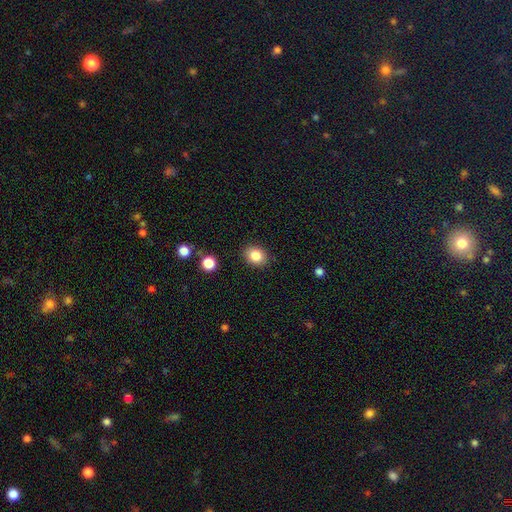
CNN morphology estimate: Q: Smooth or featured?
A: smooth (84%); runner-up: star or artifact (10%)
Q: How rounded?
A: round (53%); runner-up: in between (46%)
Q: Merging?
A: none (87%); runner-up: minor disturbance (9%)